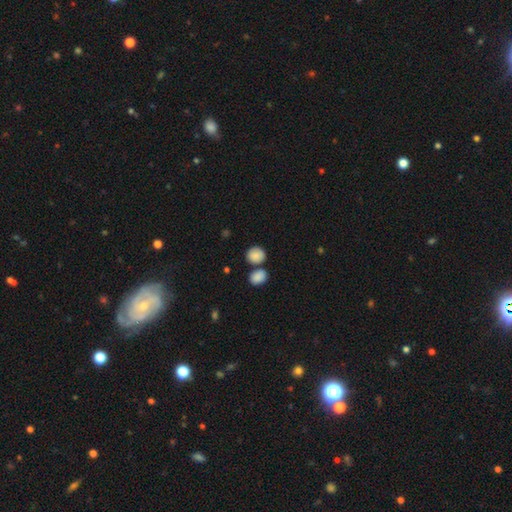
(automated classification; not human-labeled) The model was most divided on "merging": none: 64%, merger: 21%, minor disturbance: 11%, major disturbance: 3%. More confident: smooth or featured — smooth (87%); how rounded — round (72%).